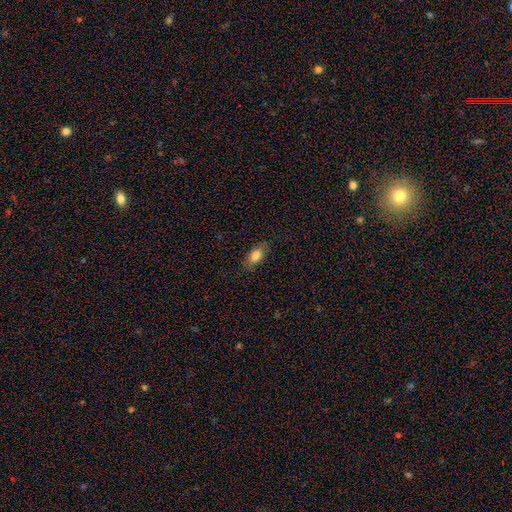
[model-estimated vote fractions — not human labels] Overall: smooth (81%). How rounded: in between (87%). Merging: none (84%).